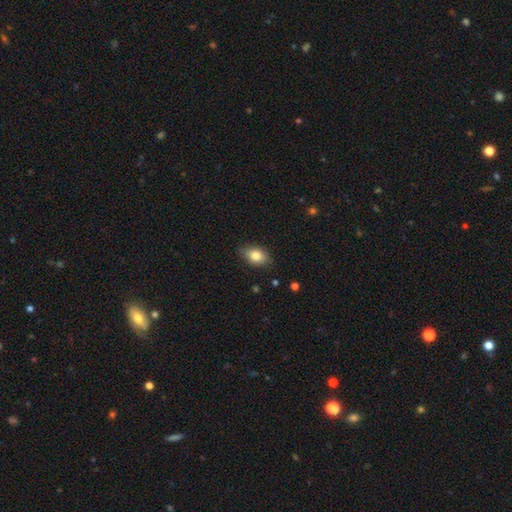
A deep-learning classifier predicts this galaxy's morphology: A smooth galaxy with no disk features (81%) that is in between round and cigar-shaped (82%). Merging: none (83%).